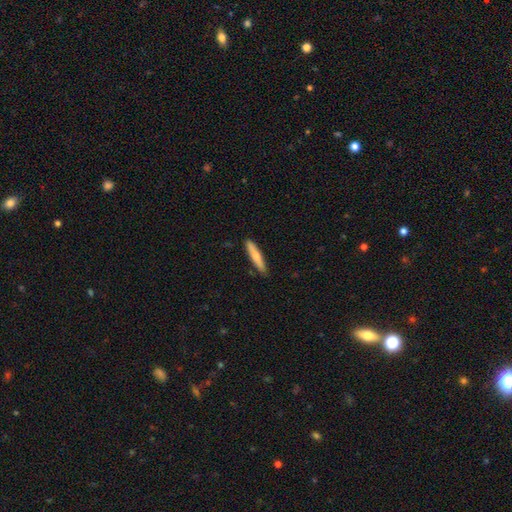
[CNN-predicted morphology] A smooth galaxy with no disk features (68%) that is cigar-shaped (89%).

Vote fractions:
- Smooth or featured? smooth: 68% / featured or disk: 26% / star or artifact: 5%
- How rounded? cigar-shaped: 89% / in between: 10% / round: 1%
- Merging? none: 87% / minor disturbance: 10% / major disturbance: 2% / merger: 1%